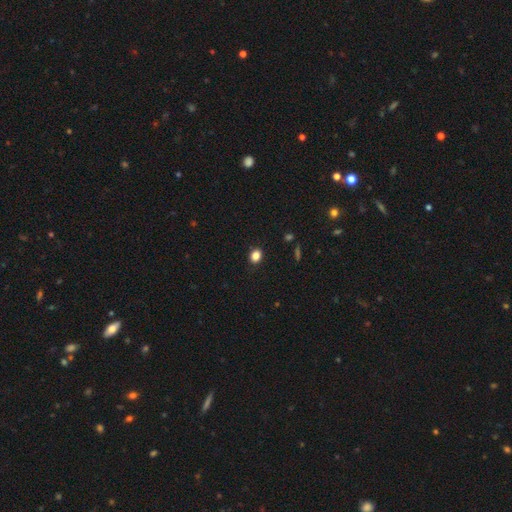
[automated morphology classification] smooth_or_featured: smooth (p=0.85) [alt: star or artifact p=0.11]
how_rounded: in between (p=0.50) [alt: round p=0.49]
merging: none (p=0.87) [alt: minor disturbance p=0.09]